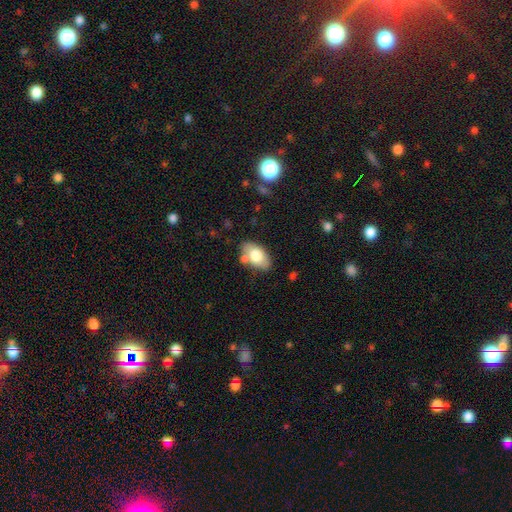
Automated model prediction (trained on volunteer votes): Smooth or featured? smooth (73%)
How rounded? in between (93%)
Merging? none (70%)